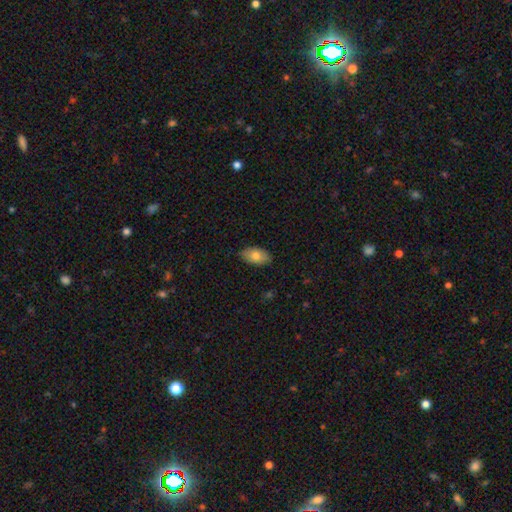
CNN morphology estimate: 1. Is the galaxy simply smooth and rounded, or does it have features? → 78% smooth, 15% featured or disk, 7% star or artifact.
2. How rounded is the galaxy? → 93% in between, 5% round, 2% cigar-shaped.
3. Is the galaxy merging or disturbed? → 84% none, 13% minor disturbance, 2% major disturbance, 1% merger.